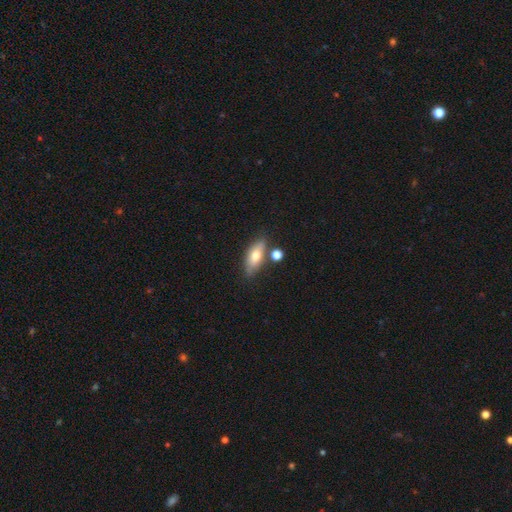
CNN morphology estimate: Smooth or featured? smooth (67%)
How rounded? in between (74%)
Merging? none (71%)